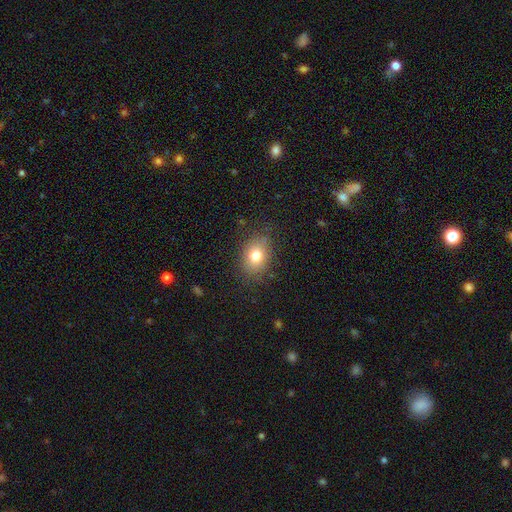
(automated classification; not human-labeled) Smooth or featured: smooth — 77% (featured or disk — 12%)
How rounded: in between — 62% (round — 37%)
Merging: none — 82% (minor disturbance — 13%)